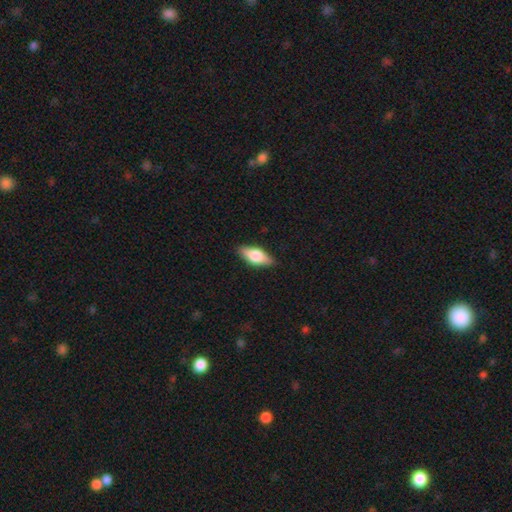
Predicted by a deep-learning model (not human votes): Smooth or featured?
  - smooth: 63% *
  - featured or disk: 31%
  - star or artifact: 6%
How rounded?
  - in between: 79% *
  - cigar-shaped: 18%
  - round: 3%
Merging?
  - none: 85% *
  - minor disturbance: 11%
  - major disturbance: 2%
  - merger: 1%